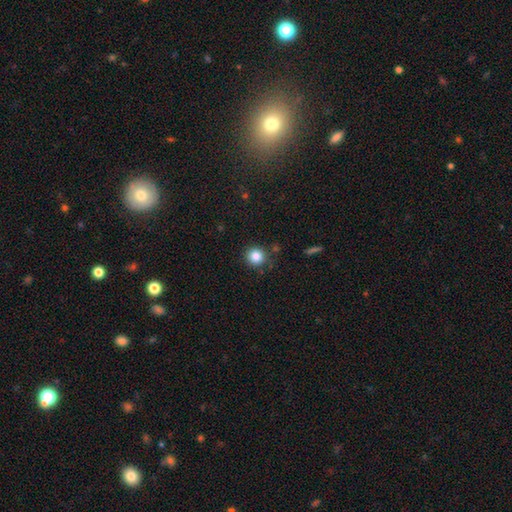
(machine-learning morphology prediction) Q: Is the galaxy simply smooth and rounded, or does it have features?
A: smooth — 85%.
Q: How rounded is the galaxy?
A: round — 93%.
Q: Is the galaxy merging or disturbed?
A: none — 86%.